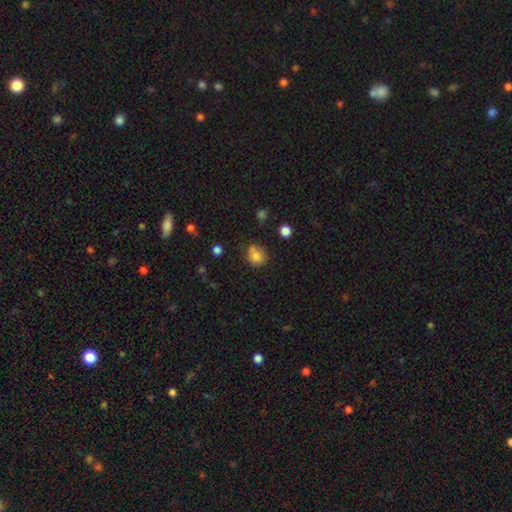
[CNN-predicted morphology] Smooth or featured? smooth (80%)
How rounded? round (71%)
Merging? none (57%)